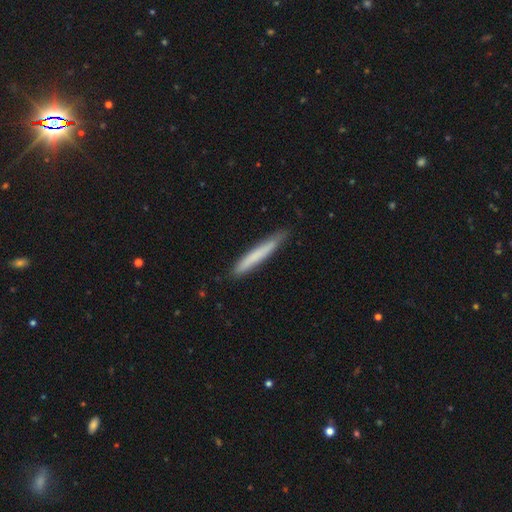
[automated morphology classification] A smooth galaxy with no disk features (71%) that is cigar-shaped (96%).

Vote fractions:
- Smooth or featured? smooth: 71% / featured or disk: 23% / star or artifact: 6%
- How rounded? cigar-shaped: 96% / in between: 3% / round: 1%
- Merging? none: 84% / minor disturbance: 13% / major disturbance: 2% / merger: 1%